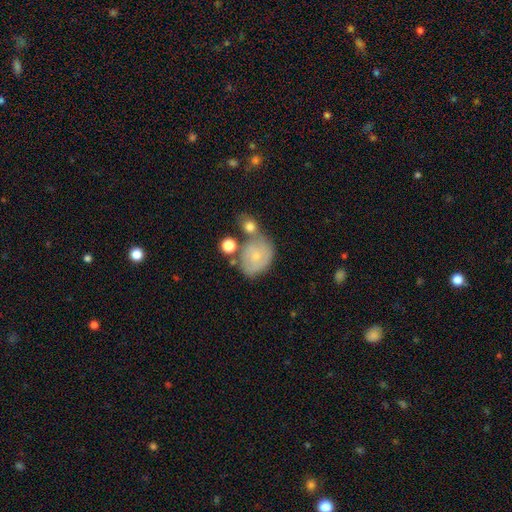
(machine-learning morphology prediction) A smooth galaxy with no disk features (47%).

Vote fractions:
- Smooth or featured? smooth: 47% / featured or disk: 44% / star or artifact: 9%
- Merging? none: 43% / merger: 25% / minor disturbance: 22% / major disturbance: 10%